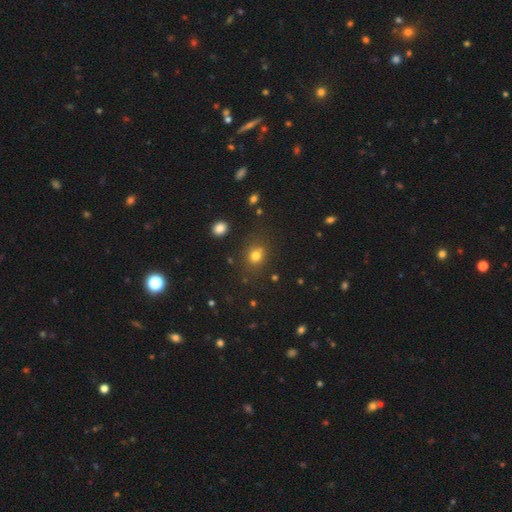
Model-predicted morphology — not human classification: smooth 75%, star or artifact 17%, featured or disk 8%. Down the decision tree: how rounded — round (66%); merging — none (76%).